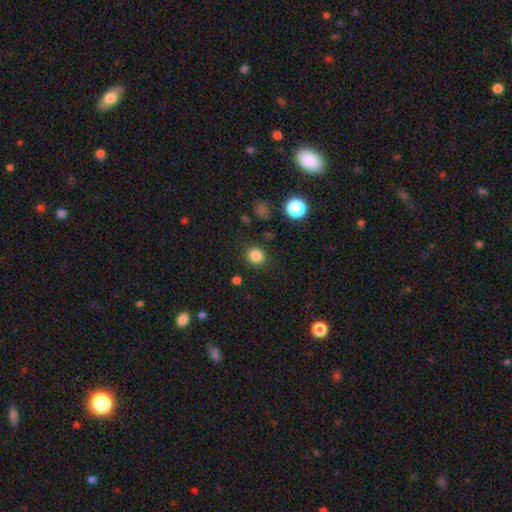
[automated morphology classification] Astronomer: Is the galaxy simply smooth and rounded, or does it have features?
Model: smooth — 84%.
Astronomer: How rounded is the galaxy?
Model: round — 83%.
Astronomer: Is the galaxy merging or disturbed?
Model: none — 86%.